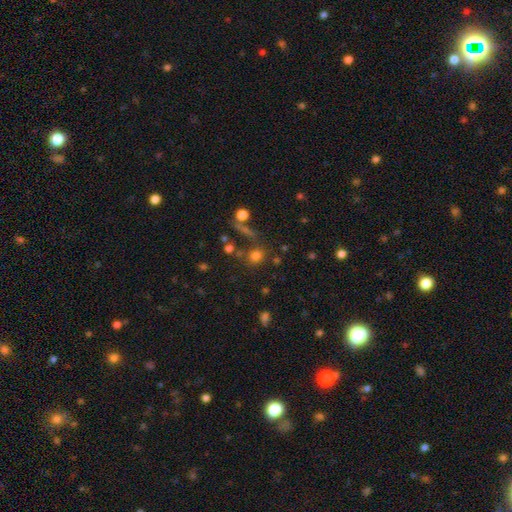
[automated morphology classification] A smooth galaxy with no disk features (71%) that is round (83%). Merging: none (70%).